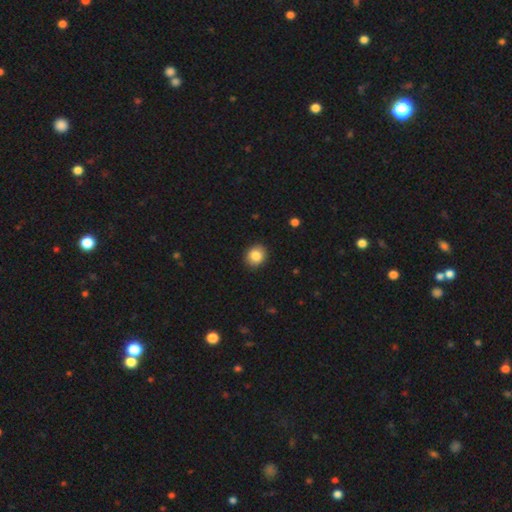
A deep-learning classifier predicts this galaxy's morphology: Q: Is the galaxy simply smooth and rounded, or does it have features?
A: smooth — 85%.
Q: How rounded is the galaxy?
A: round — 74%.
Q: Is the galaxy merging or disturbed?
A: none — 90%.